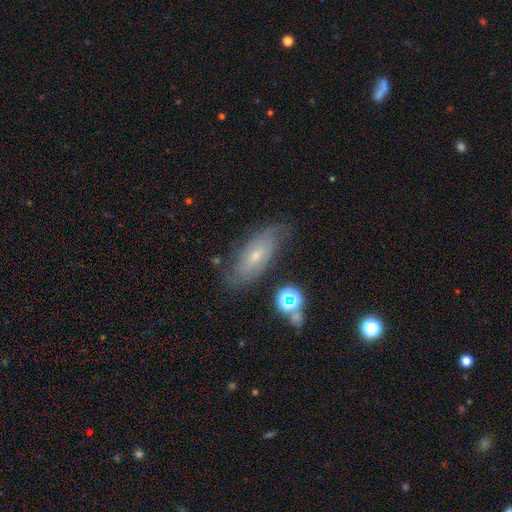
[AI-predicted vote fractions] Smooth or featured? Predicted: featured or disk (p=0.61). Edge-on disk? Predicted: no (p=0.86). Bar? Predicted: no (p=0.62). Spiral arms? Predicted: yes (p=0.84). Bulge size? Predicted: small (p=0.63). Merging? Predicted: none (p=0.70).